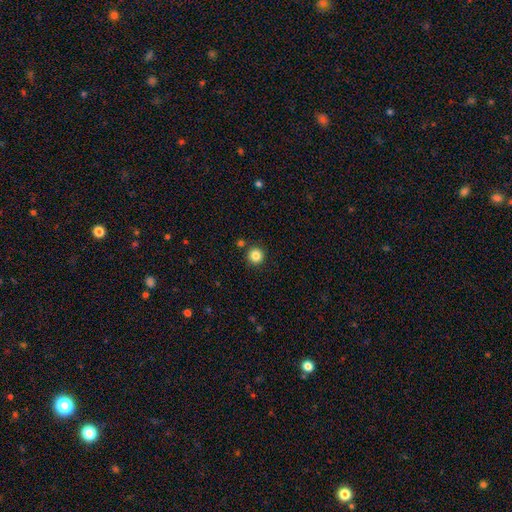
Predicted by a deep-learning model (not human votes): Smooth or featured?
  - smooth: 85% *
  - star or artifact: 11%
  - featured or disk: 4%
How rounded?
  - round: 95% *
  - in between: 4%
  - cigar-shaped: 1%
Merging?
  - none: 89% *
  - minor disturbance: 6%
  - merger: 4%
  - major disturbance: 2%